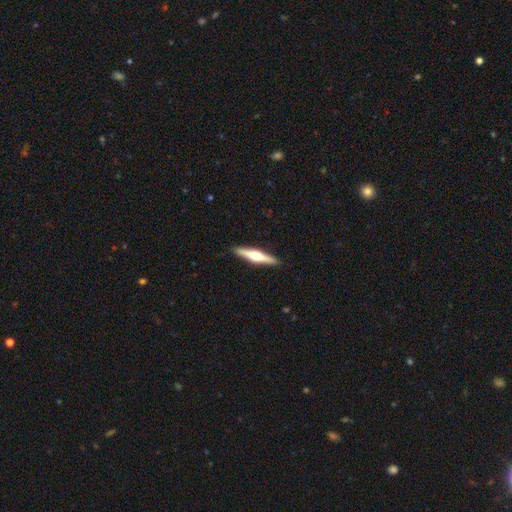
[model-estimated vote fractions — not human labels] Smooth or featured: featured or disk — 62% (smooth — 34%)
Edge-on disk: yes — 97% (no — 3%)
Edge-on bulge: rounded — 91% (boxy — 6%)
Merging: none — 91% (minor disturbance — 7%)